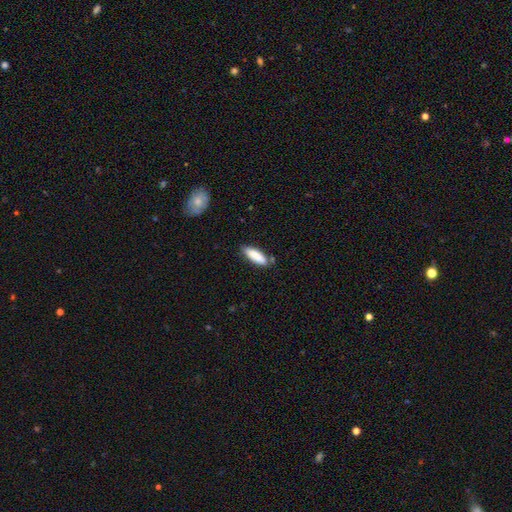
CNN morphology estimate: A smooth galaxy with no disk features (87%) that is in between round and cigar-shaped (51%).

Vote fractions:
- Smooth or featured? smooth: 87% / featured or disk: 8% / star or artifact: 6%
- How rounded? in between: 51% / cigar-shaped: 47% / round: 2%
- Merging? none: 77% / minor disturbance: 16% / merger: 4% / major disturbance: 3%